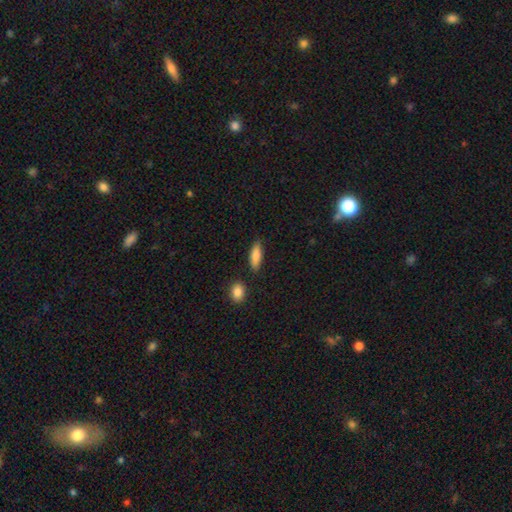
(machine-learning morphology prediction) smooth 85%, featured or disk 9%, star or artifact 6%. Down the decision tree: how rounded — in between (56%); merging — none (81%).